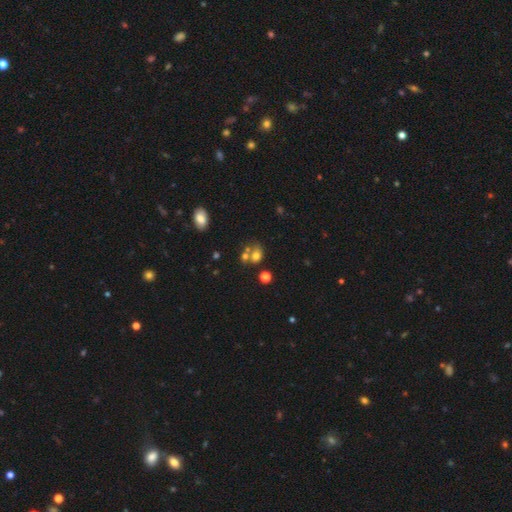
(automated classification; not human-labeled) Smooth or featured? smooth (69%)
How rounded? in between (53%)
Merging? merger (45%)